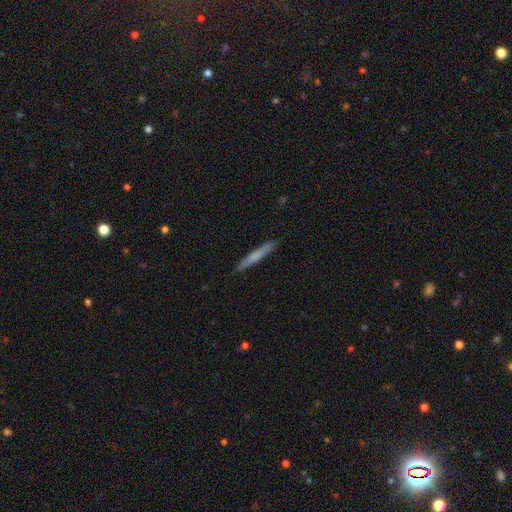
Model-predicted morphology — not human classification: smooth 64%, featured or disk 31%, star or artifact 6%. Down the decision tree: how rounded — cigar-shaped (96%); merging — none (90%).